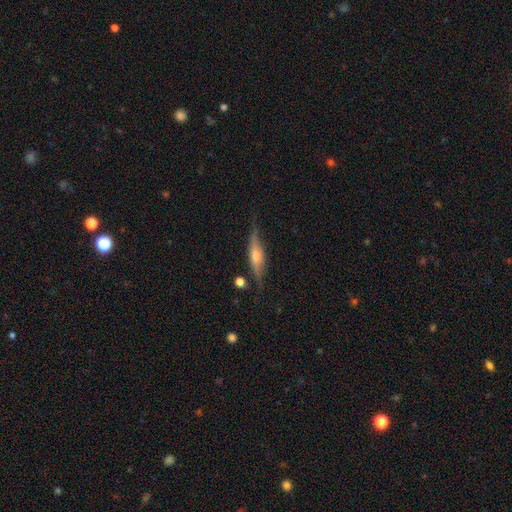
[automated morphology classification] Smooth or featured? featured or disk (68%)
Edge-on disk? yes (94%)
Edge-on bulge? rounded (78%)
Merging? none (77%)